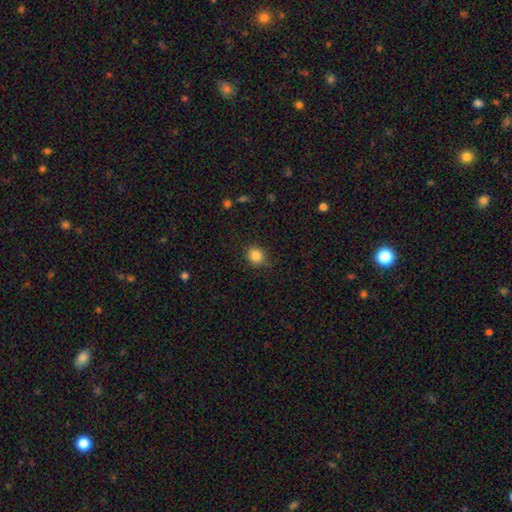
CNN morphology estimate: A smooth galaxy with no disk features (84%) that is round (75%).

Vote fractions:
- Smooth or featured? smooth: 84% / star or artifact: 11% / featured or disk: 5%
- How rounded? round: 75% / in between: 24% / cigar-shaped: 1%
- Merging? none: 84% / minor disturbance: 12% / major disturbance: 3% / merger: 1%